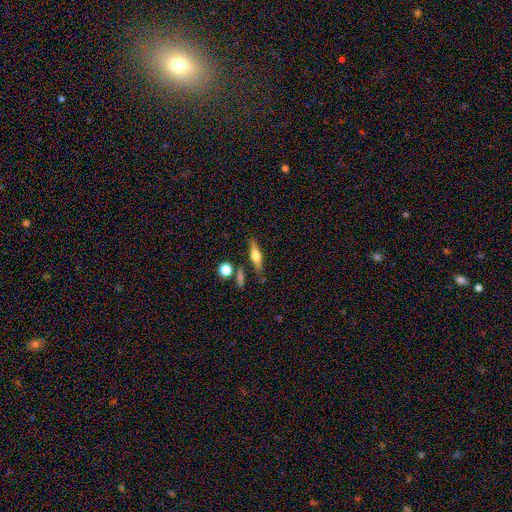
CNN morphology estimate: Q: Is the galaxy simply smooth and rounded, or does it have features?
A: featured or disk — 62%.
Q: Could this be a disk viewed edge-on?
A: yes — 94%.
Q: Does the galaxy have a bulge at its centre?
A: rounded — 94%.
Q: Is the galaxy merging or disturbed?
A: none — 78%.